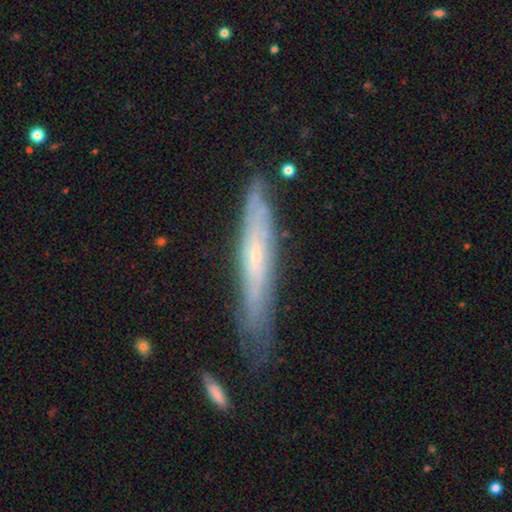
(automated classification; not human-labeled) Morphology: type=featured or disk (67%); edge-on=yes (74%); merging=none (72%).